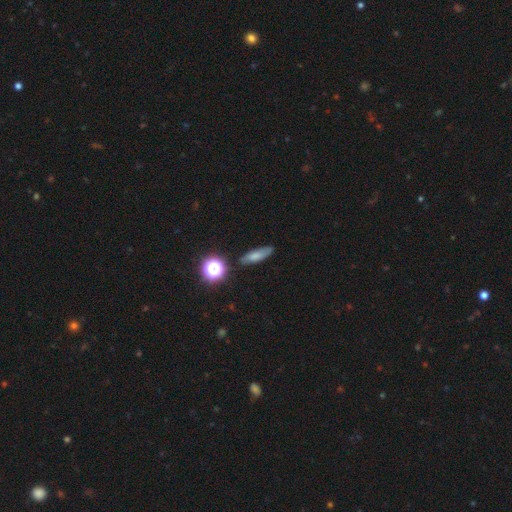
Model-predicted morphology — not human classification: Smooth or featured? smooth (70%)
How rounded? cigar-shaped (48%)
Merging? none (77%)